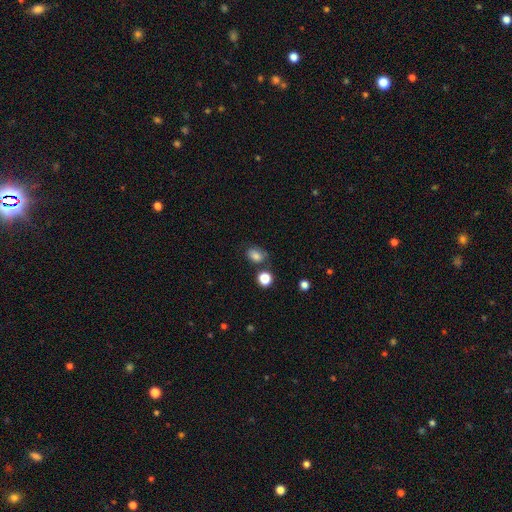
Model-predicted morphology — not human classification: This appears to be a smooth galaxy with no disk features (80%) that is in between round and cigar-shaped (65%). Merging: none (67%).